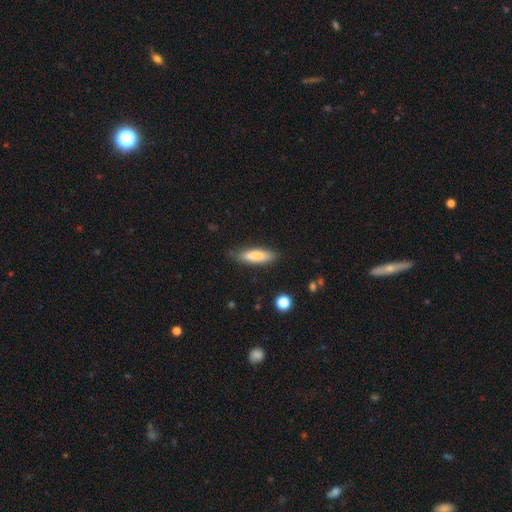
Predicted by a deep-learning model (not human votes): A smooth galaxy with no disk features (78%) that is cigar-shaped (60%). Merging: none (83%).